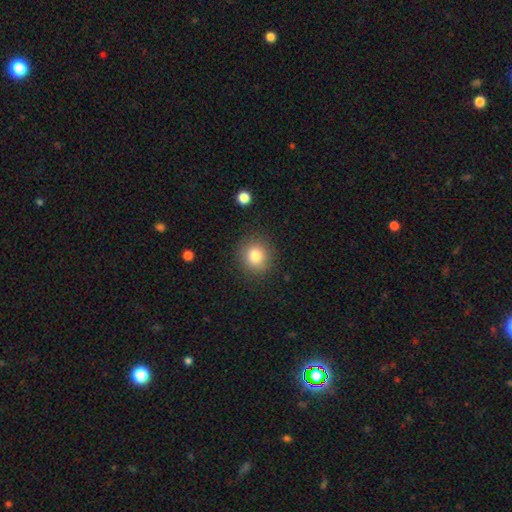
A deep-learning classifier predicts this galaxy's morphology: smooth_or_featured: smooth (p=0.82) [alt: star or artifact p=0.11]
how_rounded: round (p=0.87) [alt: in between p=0.12]
merging: none (p=0.88) [alt: minor disturbance p=0.08]